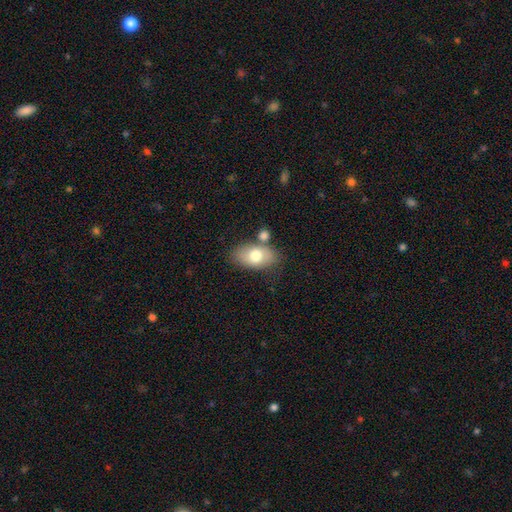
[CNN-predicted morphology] A smooth galaxy with no disk features (72%) that is in between round and cigar-shaped (90%). Merging: none (67%).